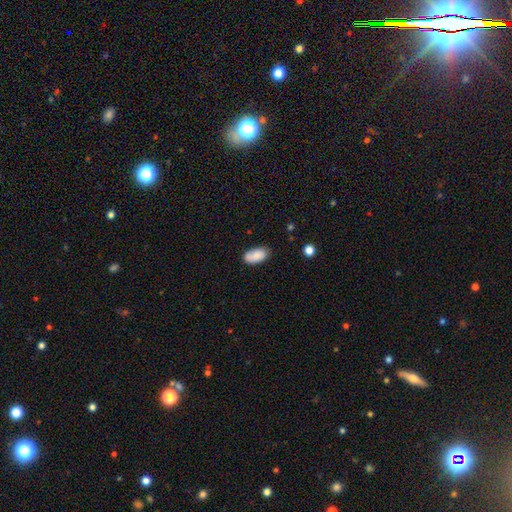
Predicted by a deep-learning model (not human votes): smooth 83%, featured or disk 10%, star or artifact 7%. Down the decision tree: how rounded — in between (94%); merging — none (73%).